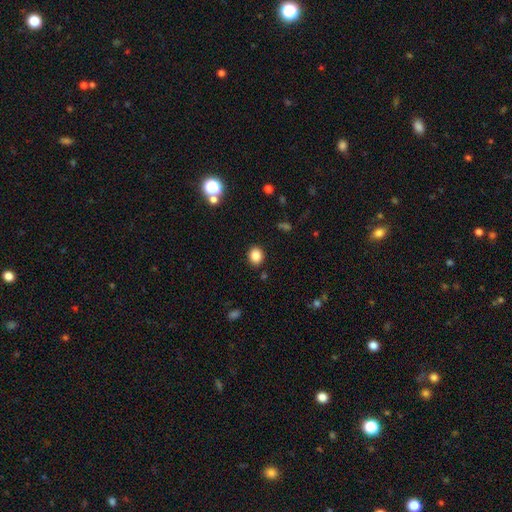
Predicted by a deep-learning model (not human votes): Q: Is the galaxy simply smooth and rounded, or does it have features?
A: smooth — 85%.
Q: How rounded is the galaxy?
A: round — 59%.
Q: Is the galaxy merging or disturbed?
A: none — 89%.